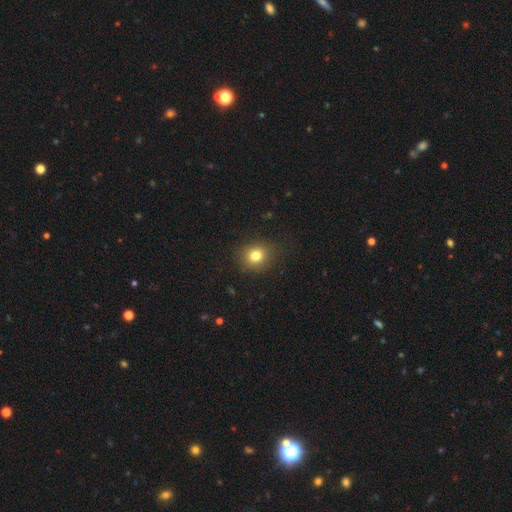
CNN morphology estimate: The model was most divided on "how rounded": round: 76%, in between: 23%, cigar-shaped: 1%. More confident: merging — none (86%); smooth or featured — smooth (80%).